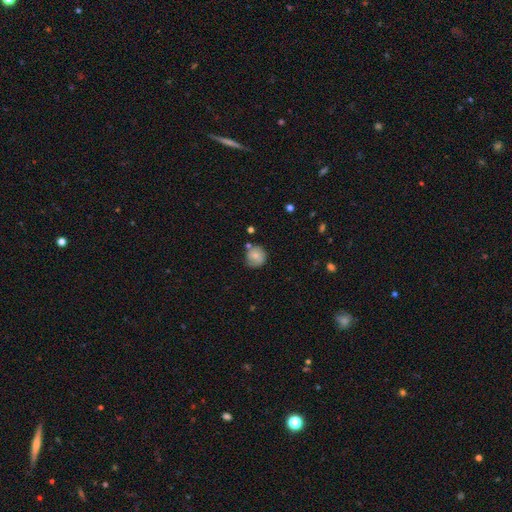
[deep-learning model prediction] This is likely a smooth galaxy (70%). How rounded: clearly round (88%). Merging: likely none (67%).